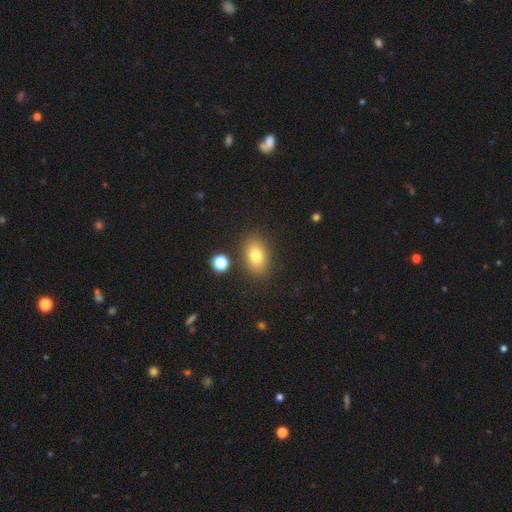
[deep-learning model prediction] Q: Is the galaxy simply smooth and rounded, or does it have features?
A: smooth — 79%.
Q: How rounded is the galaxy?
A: in between — 84%.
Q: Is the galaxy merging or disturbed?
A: none — 84%.